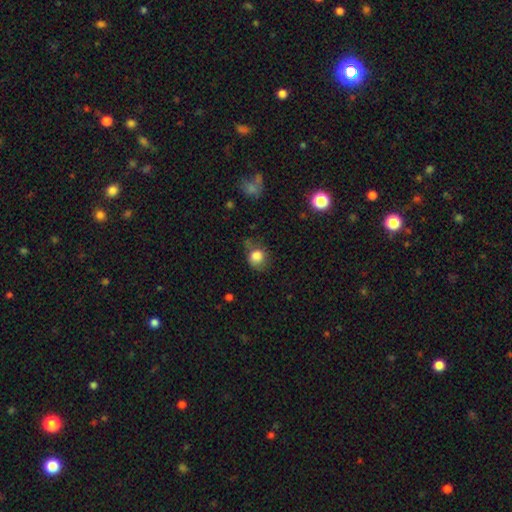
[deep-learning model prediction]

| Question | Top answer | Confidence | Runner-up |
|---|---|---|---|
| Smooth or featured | smooth | 82% | star or artifact (10%) |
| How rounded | round | 74% | in between (25%) |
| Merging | none | 53% | minor disturbance (30%) |